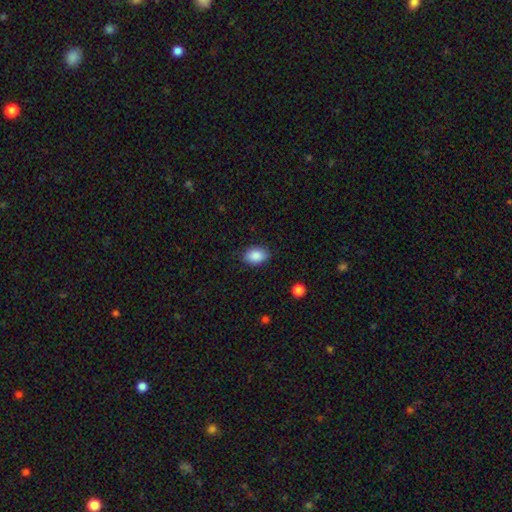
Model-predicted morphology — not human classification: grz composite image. It shows a smooth galaxy with no disk features (88%) that is in between round and cigar-shaped (86%). Merging: none (85%).